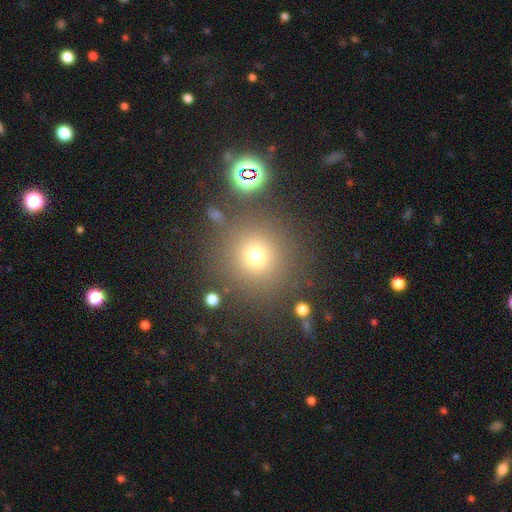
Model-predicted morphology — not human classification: A smooth galaxy with no disk features (70%) that is round (94%). Merging: none (83%).